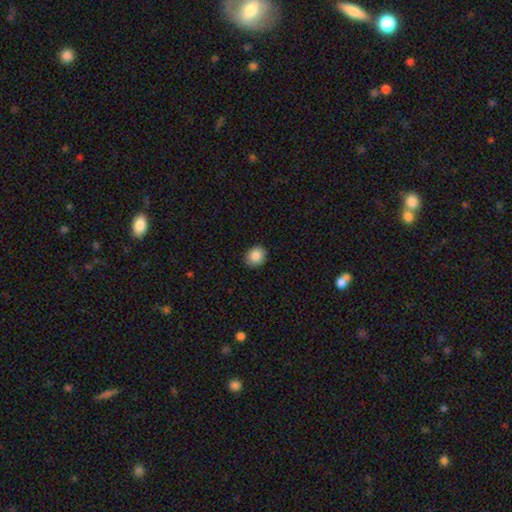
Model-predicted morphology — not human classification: Smooth or featured: smooth — 86% (star or artifact — 8%)
How rounded: round — 68% (in between — 31%)
Merging: none — 89% (minor disturbance — 8%)